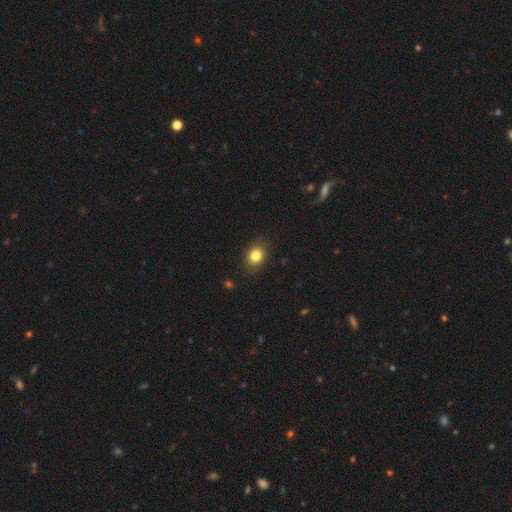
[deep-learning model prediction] This is clearly a smooth galaxy (83%). How rounded: possibly in between (58%). Merging: clearly none (85%).